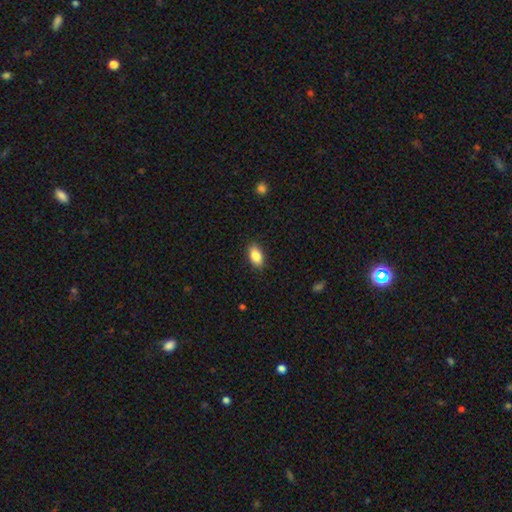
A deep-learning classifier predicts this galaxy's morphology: type=smooth (85%); roundness=in between (90%); merging=none (87%).